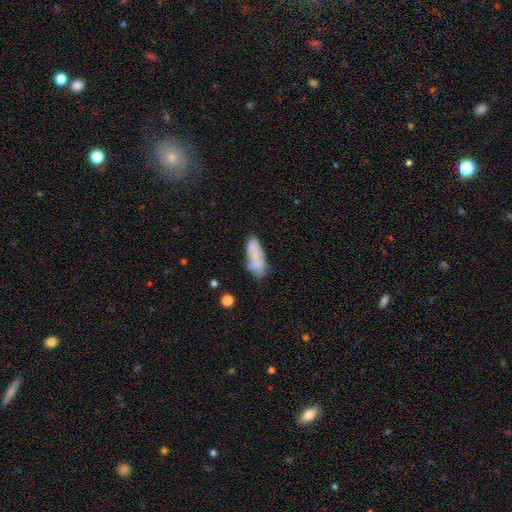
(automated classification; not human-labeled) smooth_or_featured: smooth (p=0.67) [alt: featured or disk p=0.25]
how_rounded: in between (p=0.80) [alt: cigar-shaped p=0.17]
merging: none (p=0.43) [alt: minor disturbance p=0.26]